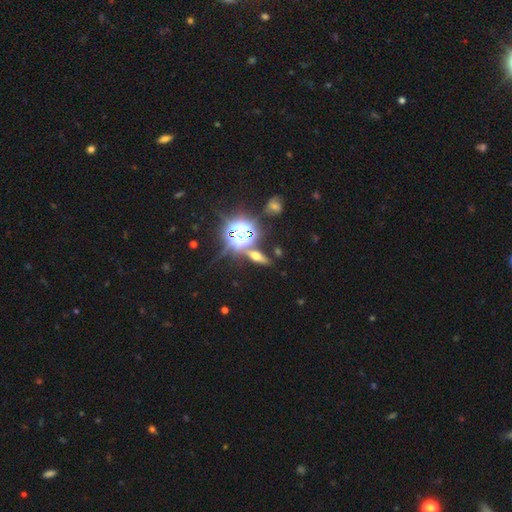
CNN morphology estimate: Overall: star or artifact (38%; smooth 34%).